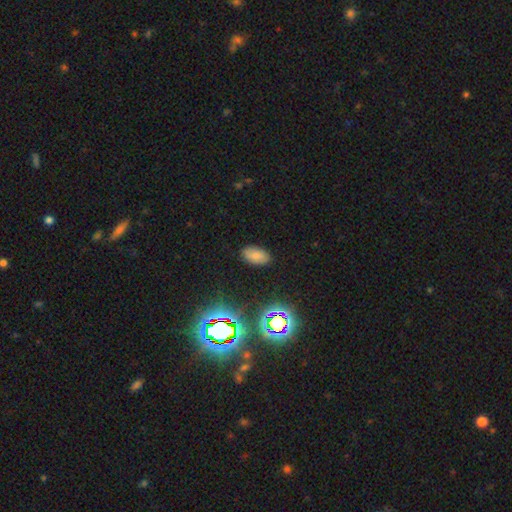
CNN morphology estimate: Q: Smooth or featured?
A: smooth (71%); runner-up: star or artifact (20%)
Q: How rounded?
A: in between (94%); runner-up: round (4%)
Q: Merging?
A: none (86%); runner-up: minor disturbance (10%)